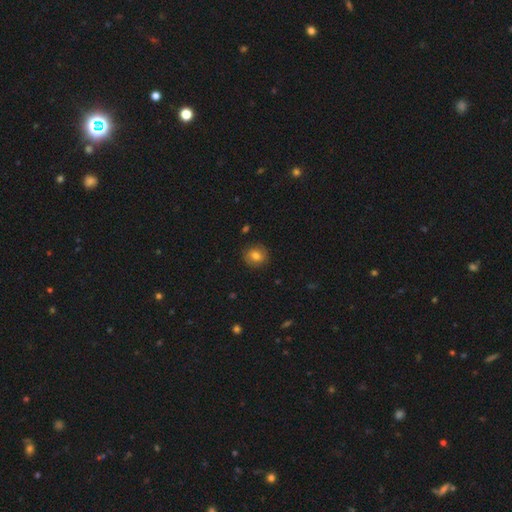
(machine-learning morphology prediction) smooth_or_featured: smooth (p=0.74) [alt: featured or disk p=0.15]
how_rounded: round (p=0.84) [alt: in between p=0.15]
merging: none (p=0.86) [alt: minor disturbance p=0.10]